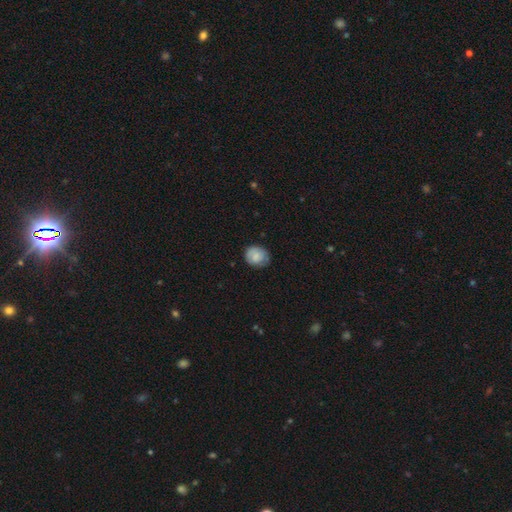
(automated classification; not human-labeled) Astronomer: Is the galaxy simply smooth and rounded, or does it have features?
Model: smooth — 76%.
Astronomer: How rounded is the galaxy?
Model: round — 73%.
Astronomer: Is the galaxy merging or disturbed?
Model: none — 75%.